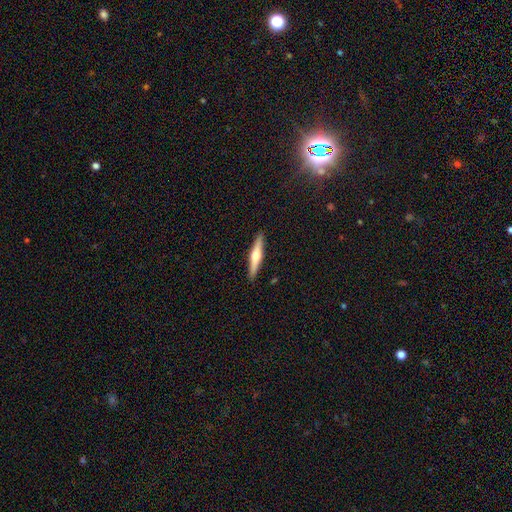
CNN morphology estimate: Smooth or featured? featured or disk (58%)
Edge-on disk? yes (97%)
Edge-on bulge? rounded (89%)
Merging? none (91%)